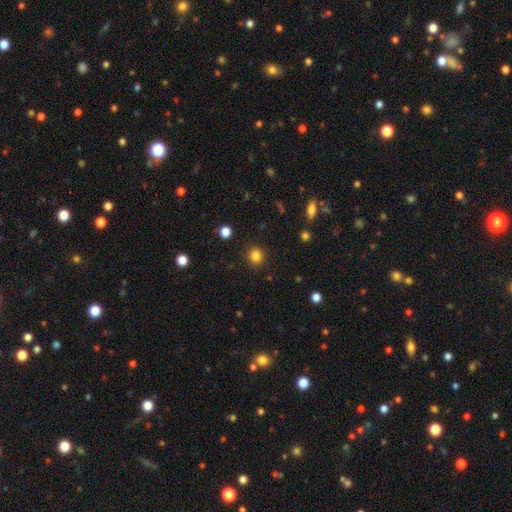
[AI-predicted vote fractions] smooth 84%, star or artifact 12%, featured or disk 4%. Down the decision tree: how rounded — round (89%); merging — none (90%).